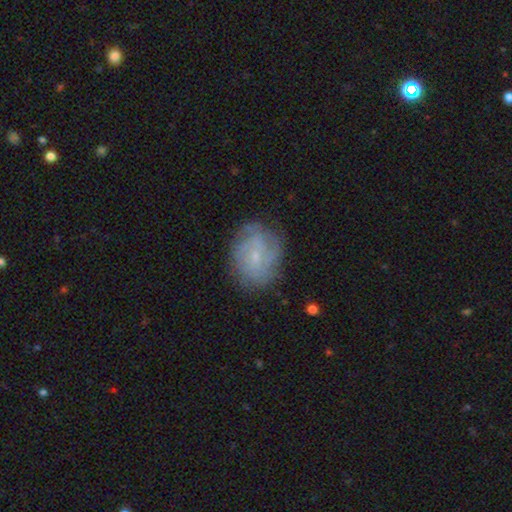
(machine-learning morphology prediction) Q: Smooth or featured?
A: featured or disk (66%); runner-up: smooth (26%)
Q: Edge-on disk?
A: no (97%); runner-up: yes (3%)
Q: Bar?
A: no (62%); runner-up: weak (33%)
Q: Spiral arms?
A: yes (85%); runner-up: no (15%)
Q: Spiral winding?
A: tight (59%); runner-up: medium (30%)
Q: Spiral arm count?
A: can't tell (49%); runner-up: 2 (16%)
Q: Bulge size?
A: small (76%); runner-up: moderate (16%)
Q: Merging?
A: none (75%); runner-up: minor disturbance (18%)